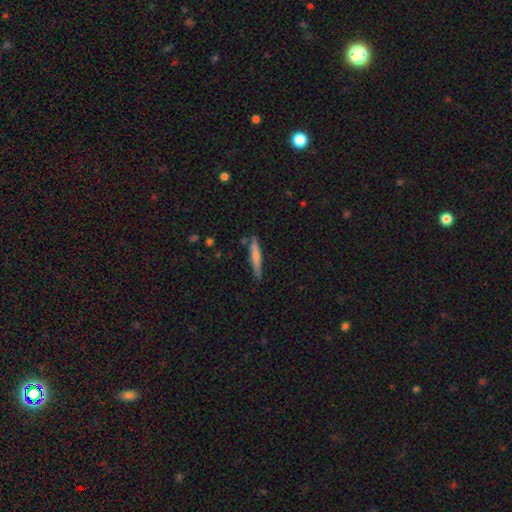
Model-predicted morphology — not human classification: type=smooth (69%); roundness=cigar-shaped (93%); merging=none (81%).